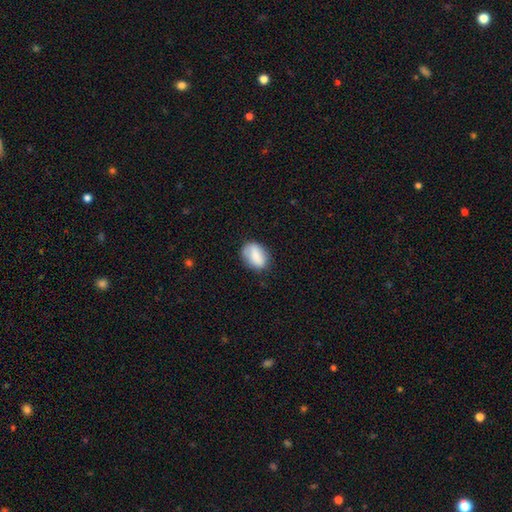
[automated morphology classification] Smooth or featured? Predicted: smooth (p=0.77). How rounded? Predicted: in between (p=0.76). Merging? Predicted: none (p=0.71).